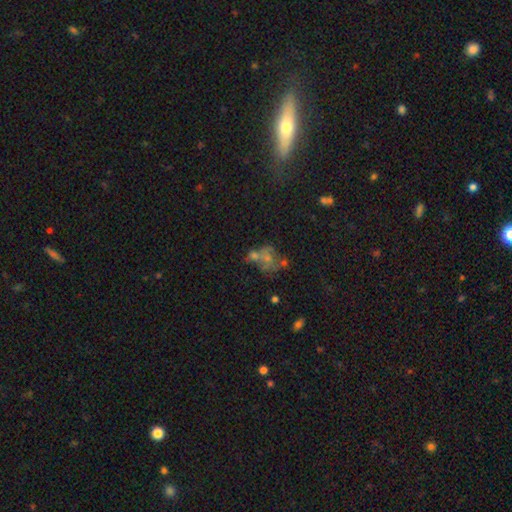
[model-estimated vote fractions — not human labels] Smooth or featured?
  - smooth: 35% *
  - featured or disk: 34%
  - star or artifact: 31%
Merging?
  - none: 36% *
  - merger: 33%
  - major disturbance: 16%
  - minor disturbance: 15%